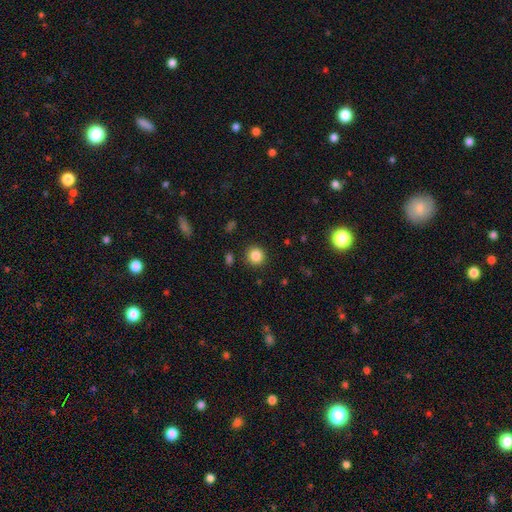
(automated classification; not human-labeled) Overall: smooth (85%). How rounded: round (92%). Merging: none (89%).